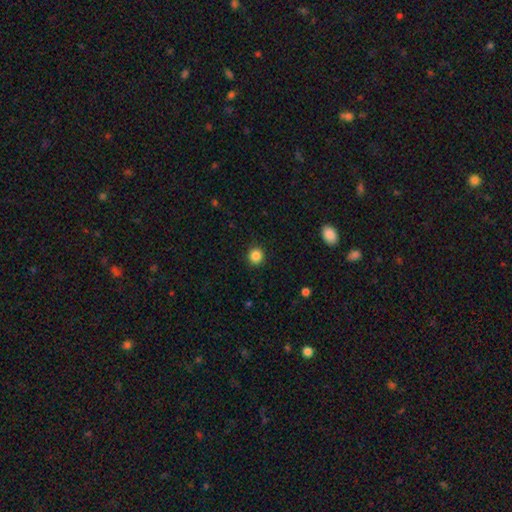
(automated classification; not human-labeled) A smooth galaxy with no disk features (86%) that is round (92%). Merging: none (91%).